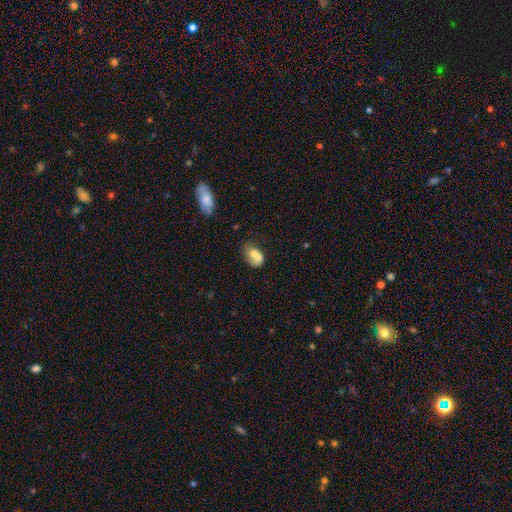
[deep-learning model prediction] Q: Smooth or featured?
A: smooth (63%); runner-up: featured or disk (28%)
Q: How rounded?
A: in between (76%); runner-up: round (22%)
Q: Merging?
A: merger (55%); runner-up: none (22%)